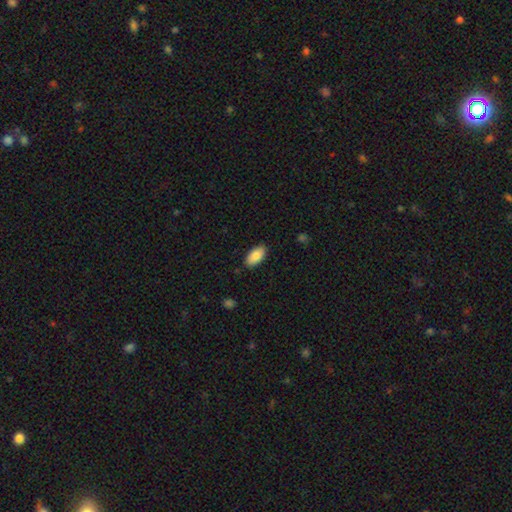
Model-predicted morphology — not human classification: type=smooth (86%); roundness=in between (94%); merging=none (86%).